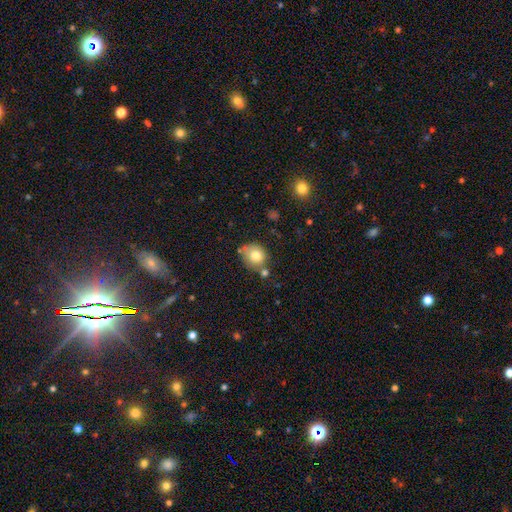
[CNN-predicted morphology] This appears to be a smooth galaxy with no disk features (78%) that is round (79%). Merging: none (62%).